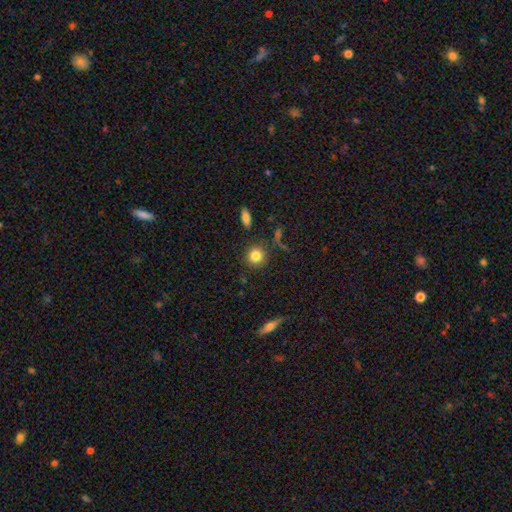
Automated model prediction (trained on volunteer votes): This appears to be a smooth galaxy with no disk features (83%) that is round (89%). Merging: none (85%).